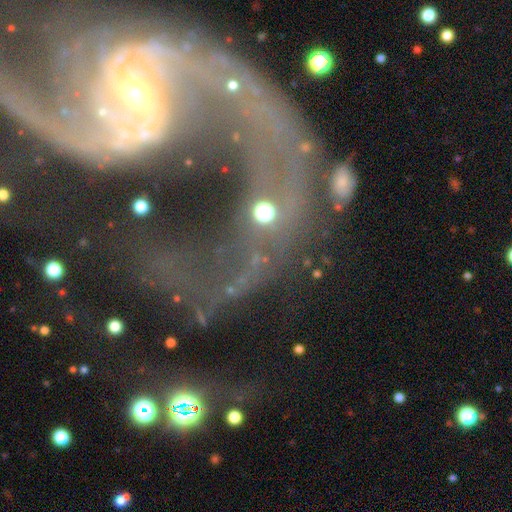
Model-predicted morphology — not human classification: Smooth or featured?
  - featured or disk: 81% *
  - star or artifact: 11%
  - smooth: 8%
Edge-on disk?
  - no: 96% *
  - yes: 4%
Bar?
  - no: 39% *
  - weak: 35%
  - strong: 25%
Spiral arms?
  - yes: 82% *
  - no: 18%
Spiral winding?
  - loose: 66% *
  - medium: 25%
  - tight: 9%
Spiral arm count?
  - 2: 72% *
  - 1: 12%
  - can't tell: 7%
  - 3: 4%
  - 4: 3%
  - more than 4: 3%
Bulge size?
  - small: 61% *
  - moderate: 27%
  - none: 6%
  - large: 4%
  - dominant: 2%
Merging?
  - major disturbance: 40% *
  - none: 30%
  - merger: 18%
  - minor disturbance: 13%